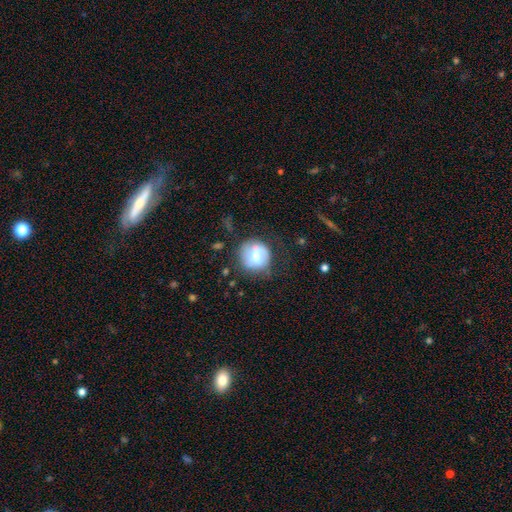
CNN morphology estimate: Q: Smooth or featured?
A: smooth (60%); runner-up: featured or disk (31%)
Q: How rounded?
A: round (90%); runner-up: in between (9%)
Q: Merging?
A: none (66%); runner-up: minor disturbance (22%)